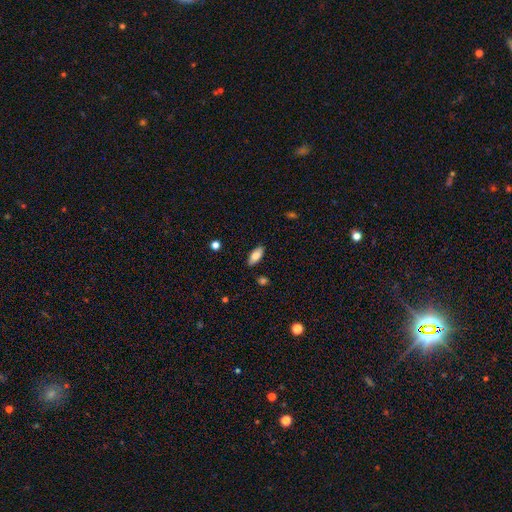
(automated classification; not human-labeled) smooth-or-featured: smooth: 81% | featured or disk: 12% | star or artifact: 7%
  how-rounded: in between: 85% | cigar-shaped: 13% | round: 2%
  merging: none: 87% | minor disturbance: 10% | major disturbance: 2% | merger: 1%